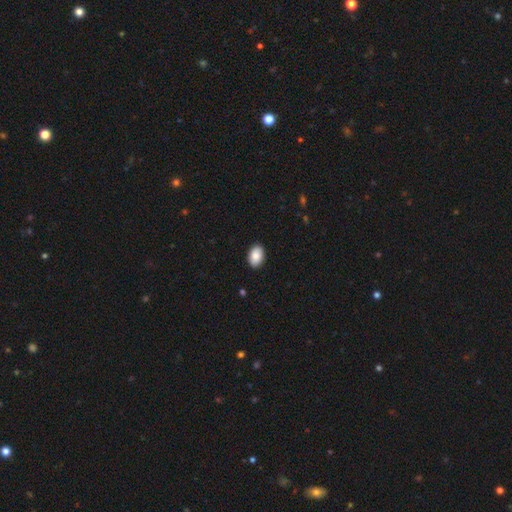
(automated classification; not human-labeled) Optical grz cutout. It shows a smooth galaxy with no disk features (88%) that is in between round and cigar-shaped (90%). Merging: none (91%).